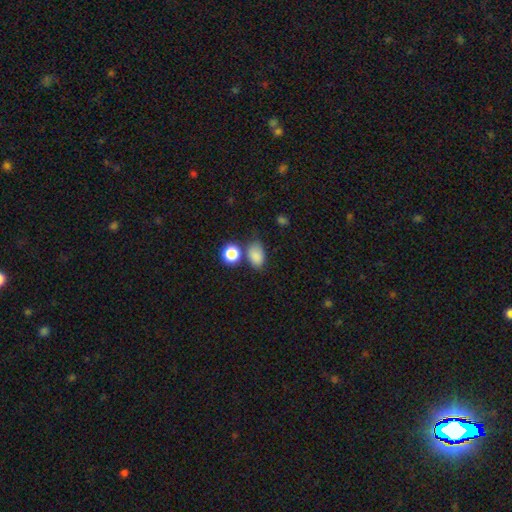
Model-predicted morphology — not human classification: Q: Smooth or featured?
A: smooth (84%); runner-up: star or artifact (10%)
Q: How rounded?
A: in between (81%); runner-up: round (18%)
Q: Merging?
A: none (62%); runner-up: minor disturbance (18%)